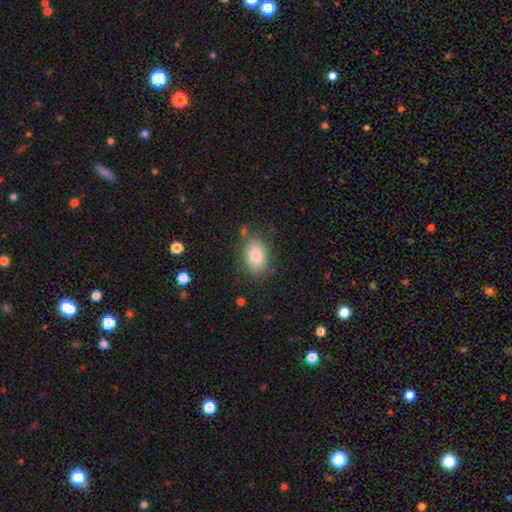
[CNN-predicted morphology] Smooth or featured? Predicted: smooth (p=0.83). How rounded? Predicted: in between (p=0.87). Merging? Predicted: none (p=0.78).